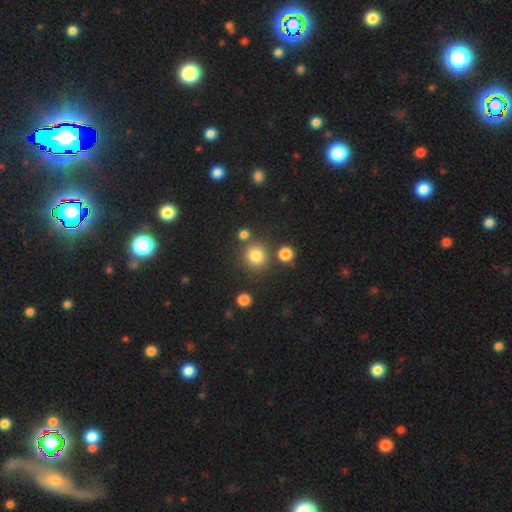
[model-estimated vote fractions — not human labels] Smooth or featured: smooth — 80% (star or artifact — 14%)
How rounded: round — 90% (in between — 9%)
Merging: none — 77% (merger — 11%)